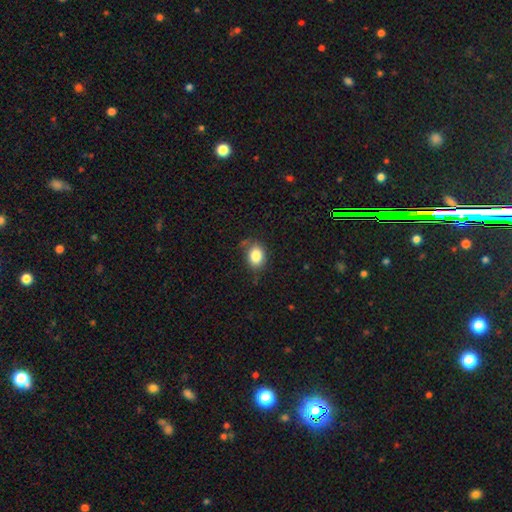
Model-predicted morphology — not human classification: Smooth or featured? Predicted: smooth (p=0.85). How rounded? Predicted: in between (p=0.59). Merging? Predicted: none (p=0.72).